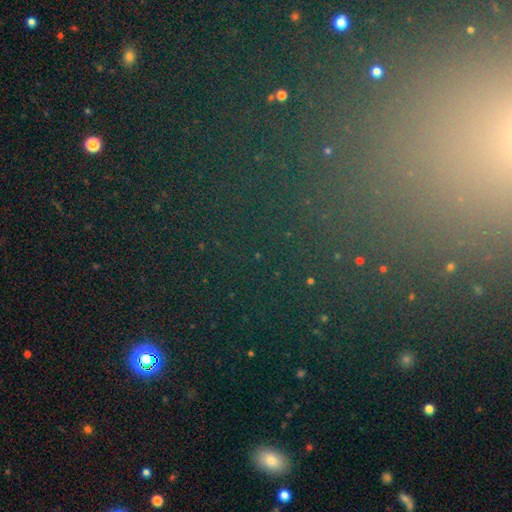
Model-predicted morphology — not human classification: smooth_or_featured: star or artifact (p=0.70) [alt: smooth p=0.18]